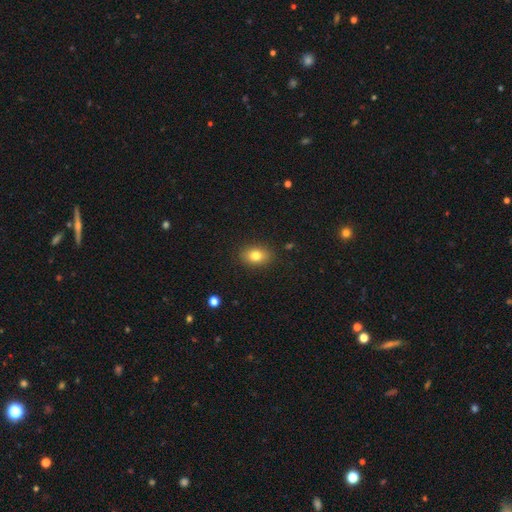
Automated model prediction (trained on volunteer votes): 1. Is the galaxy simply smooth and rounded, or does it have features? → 80% smooth, 10% featured or disk, 10% star or artifact.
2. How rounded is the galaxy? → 77% in between, 21% round, 2% cigar-shaped.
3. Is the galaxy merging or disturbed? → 88% none, 9% minor disturbance, 2% major disturbance, 1% merger.